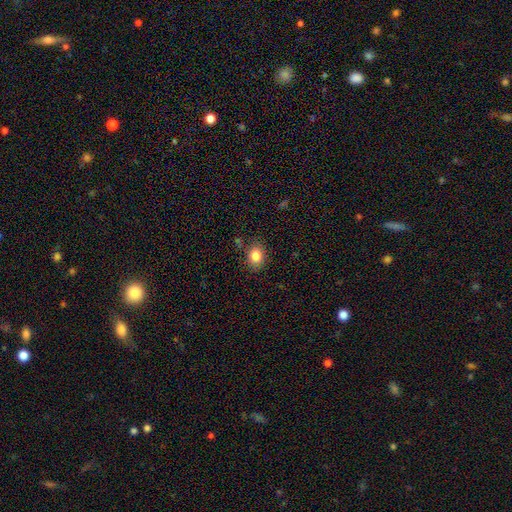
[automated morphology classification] type=smooth (84%); roundness=in between (53%); merging=none (83%).